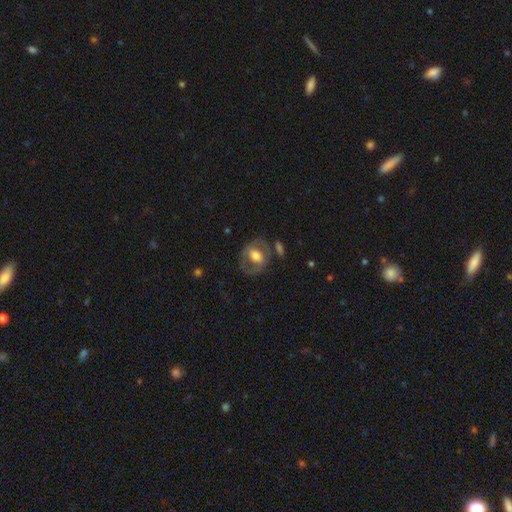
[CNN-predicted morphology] The model was most divided on "smooth or featured": featured or disk: 50%, smooth: 43%, star or artifact: 7%. More confident: edge-on disk — no (93%); merging — none (65%).